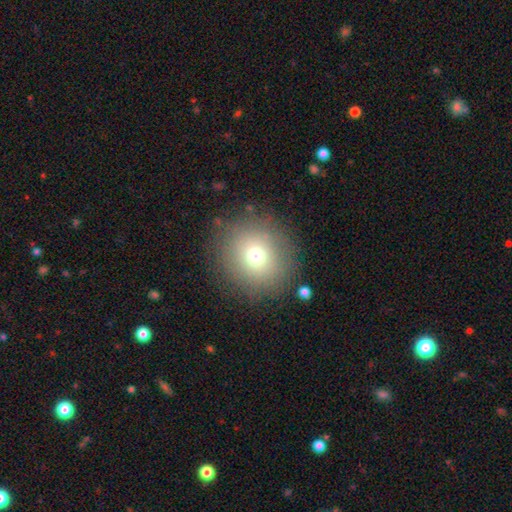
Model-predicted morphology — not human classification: Smooth or featured? Predicted: smooth (p=0.72). How rounded? Predicted: round (p=0.89). Merging? Predicted: none (p=0.86).